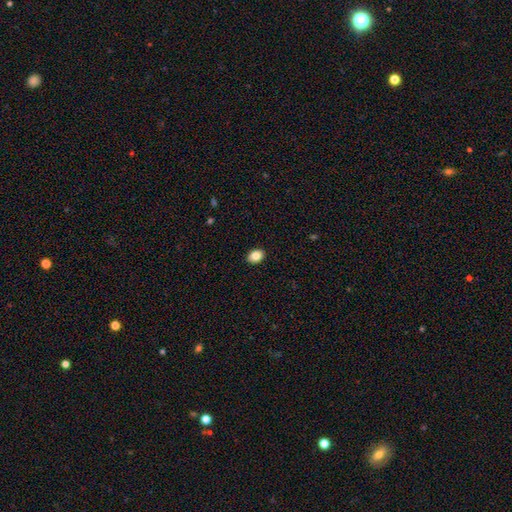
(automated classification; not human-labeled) This is clearly a smooth galaxy (84%). How rounded: likely in between (73%). Merging: clearly none (90%).